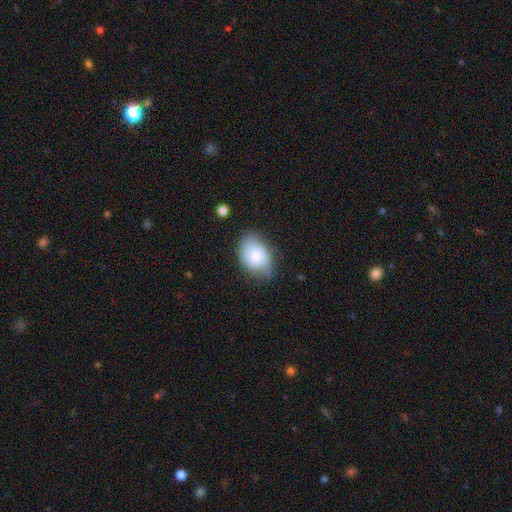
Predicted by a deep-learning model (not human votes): The model was most divided on "merging": none: 62%, minor disturbance: 29%, major disturbance: 7%, merger: 2%. More confident: smooth or featured — smooth (79%); how rounded — in between (79%).